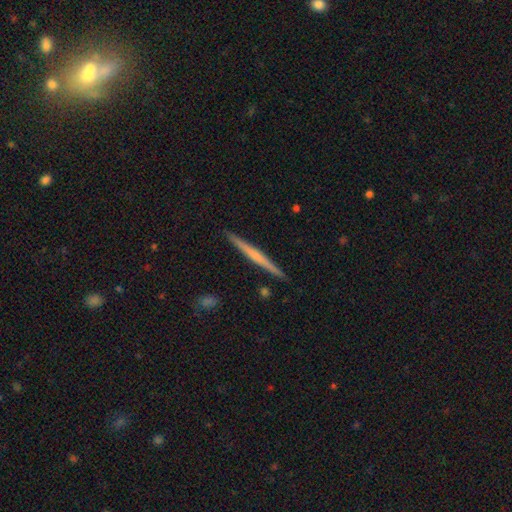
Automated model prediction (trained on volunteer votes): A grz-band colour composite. It shows a featured or disk galaxy (58%) viewed edge-on (98%) with no central bulge (63%). Merging: none (92%).